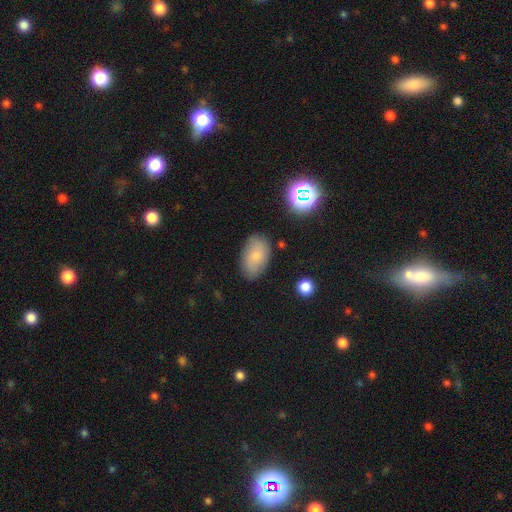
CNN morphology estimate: Overall: smooth (75%). How rounded: in between (92%). Merging: none (79%).